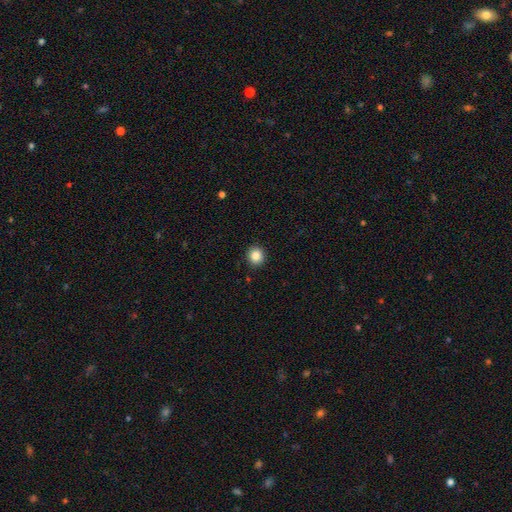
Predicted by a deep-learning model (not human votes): Overall: smooth (86%). How rounded: round (91%). Merging: none (92%).